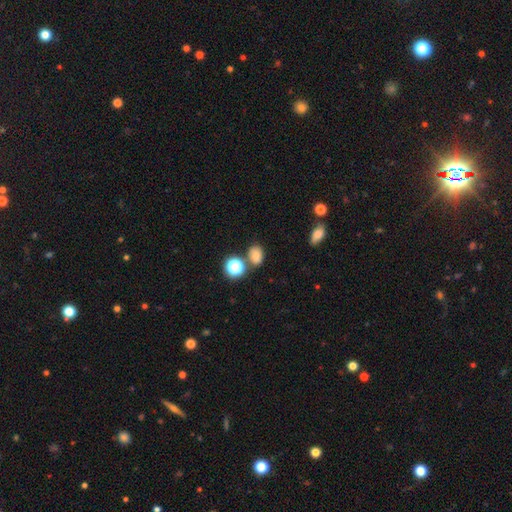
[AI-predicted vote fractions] smooth_or_featured: smooth (p=0.74) [alt: star or artifact p=0.17]
how_rounded: in between (p=0.61) [alt: round p=0.37]
merging: none (p=0.70) [alt: minor disturbance p=0.13]